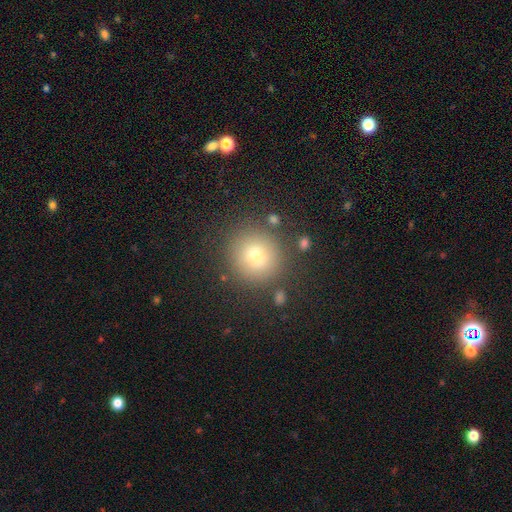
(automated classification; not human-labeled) Smooth or featured: smooth — 71% (star or artifact — 19%)
How rounded: round — 93% (in between — 6%)
Merging: none — 86% (minor disturbance — 7%)